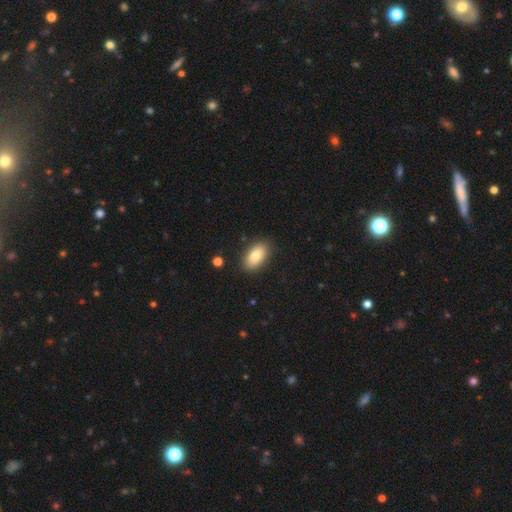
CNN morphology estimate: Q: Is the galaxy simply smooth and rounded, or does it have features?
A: smooth — 79%.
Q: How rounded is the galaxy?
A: in between — 92%.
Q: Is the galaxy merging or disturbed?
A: none — 86%.